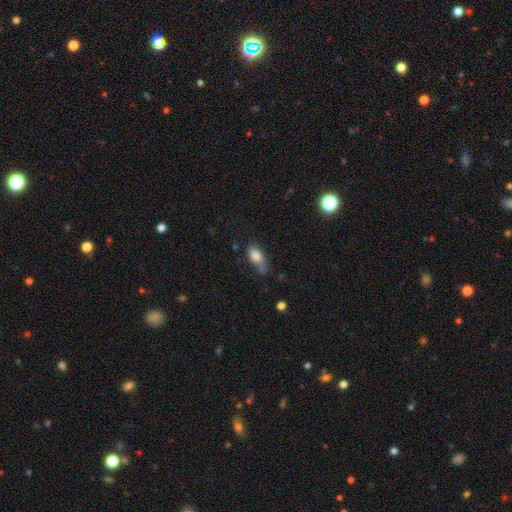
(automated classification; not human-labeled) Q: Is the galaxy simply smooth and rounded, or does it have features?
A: smooth — 80%.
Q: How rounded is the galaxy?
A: in between — 87%.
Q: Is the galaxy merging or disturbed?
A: none — 42%.